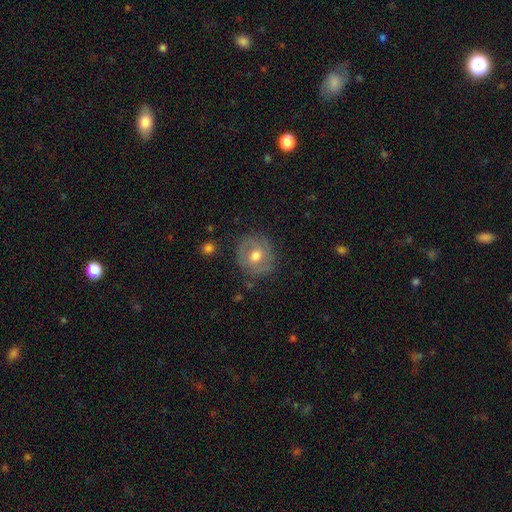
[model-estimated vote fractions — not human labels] This appears to be a smooth galaxy with no disk features (49%). Merging: none (83%).